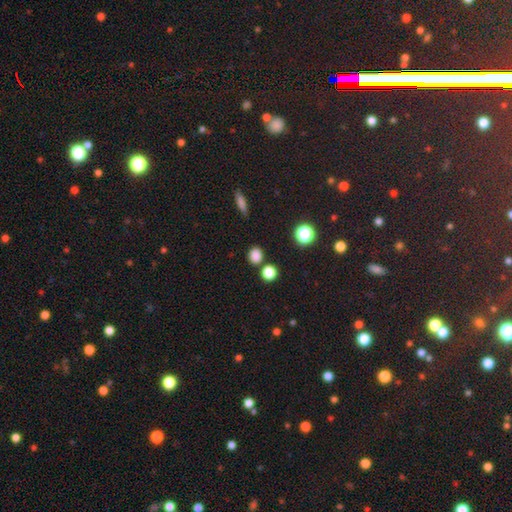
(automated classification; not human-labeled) Smooth or featured: smooth — 82% (star or artifact — 13%)
How rounded: round — 74% (in between — 25%)
Merging: none — 78% (merger — 10%)